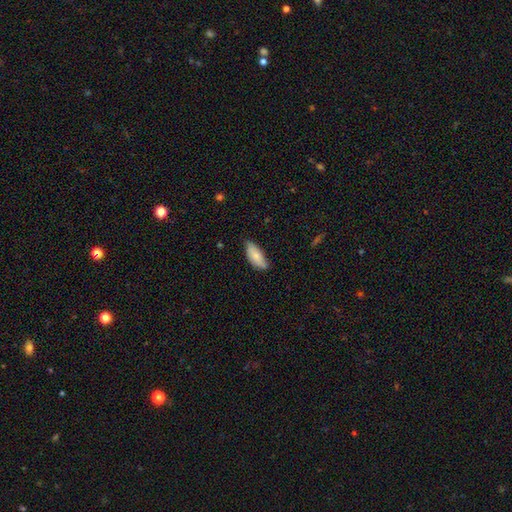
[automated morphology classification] Smooth or featured? Predicted: smooth (p=0.78). How rounded? Predicted: in between (p=0.82). Merging? Predicted: none (p=0.66).